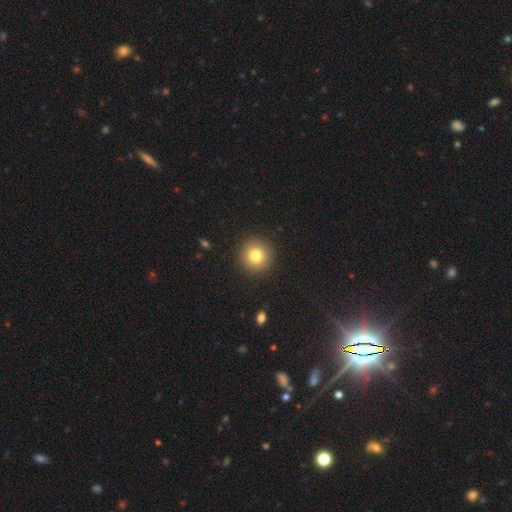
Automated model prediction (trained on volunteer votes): This is clearly a smooth galaxy (80%). How rounded: clearly round (94%). Merging: clearly none (92%).